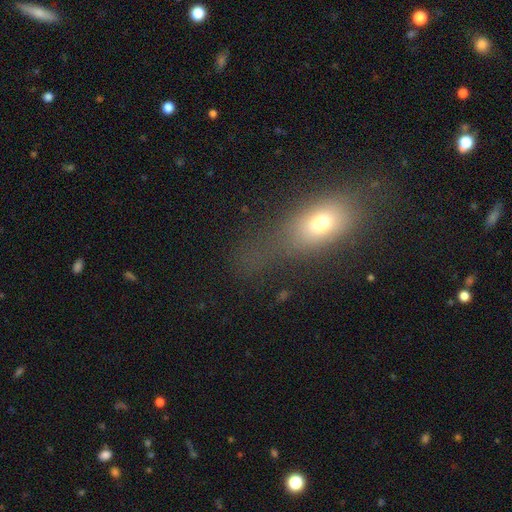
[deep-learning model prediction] A smooth galaxy with no disk features (59%) that is in between round and cigar-shaped (65%). Merging: none (58%).